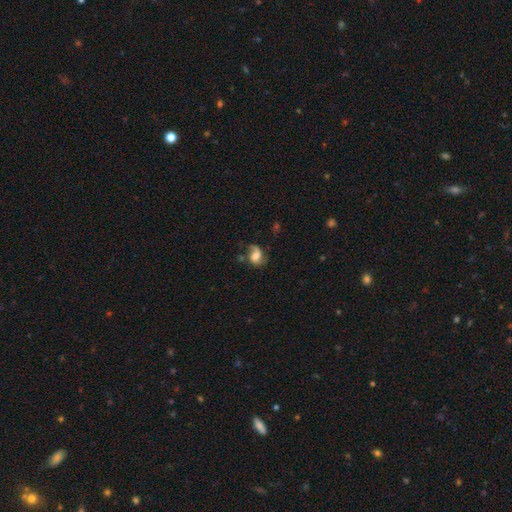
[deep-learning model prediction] Q: Smooth or featured?
A: featured or disk (54%); runner-up: smooth (37%)
Q: Edge-on disk?
A: no (97%); runner-up: yes (3%)
Q: Bar?
A: no (56%); runner-up: weak (34%)
Q: Spiral arms?
A: yes (85%); runner-up: no (15%)
Q: Bulge size?
A: large (35%); runner-up: moderate (33%)
Q: Merging?
A: none (49%); runner-up: minor disturbance (25%)